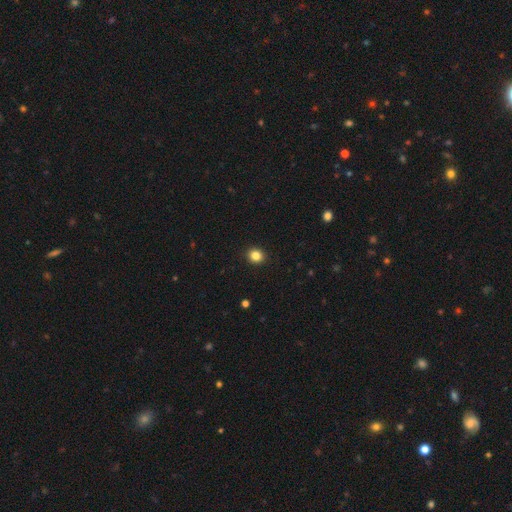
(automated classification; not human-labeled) Smooth or featured: smooth — 84% (star or artifact — 11%)
How rounded: round — 81% (in between — 18%)
Merging: none — 93% (minor disturbance — 5%)